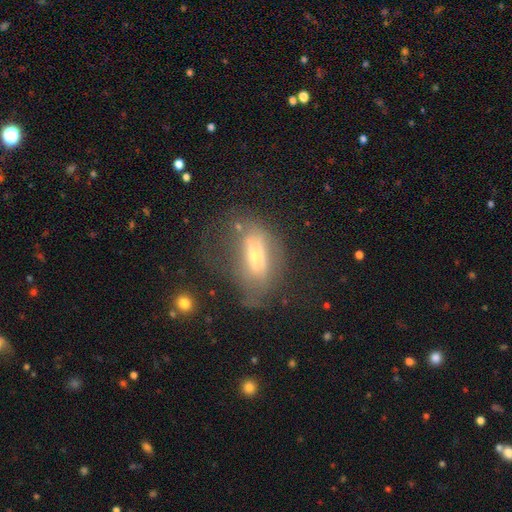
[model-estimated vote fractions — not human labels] Q: Smooth or featured?
A: featured or disk (50%); runner-up: smooth (39%)
Q: Merging?
A: major disturbance (37%); runner-up: none (34%)